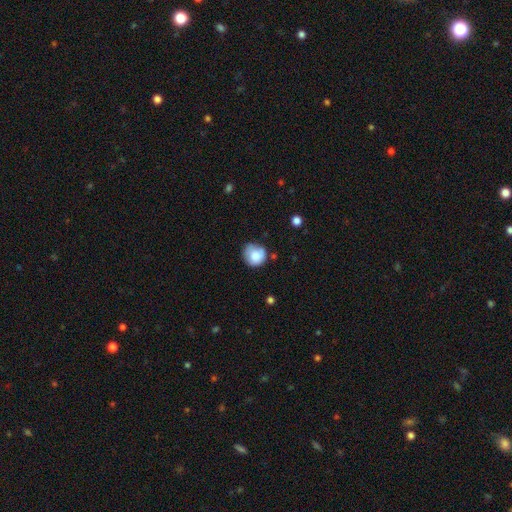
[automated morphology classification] Smooth or featured? smooth (80%)
How rounded? round (87%)
Merging? none (61%)